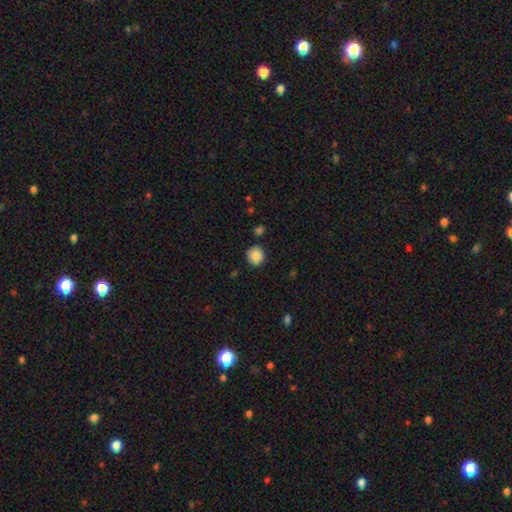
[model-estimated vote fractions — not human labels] A smooth galaxy with no disk features (86%) that is round (88%).

Vote fractions:
- Smooth or featured? smooth: 86% / star or artifact: 8% / featured or disk: 6%
- How rounded? round: 88% / in between: 11% / cigar-shaped: 1%
- Merging? none: 83% / minor disturbance: 12% / merger: 3% / major disturbance: 2%